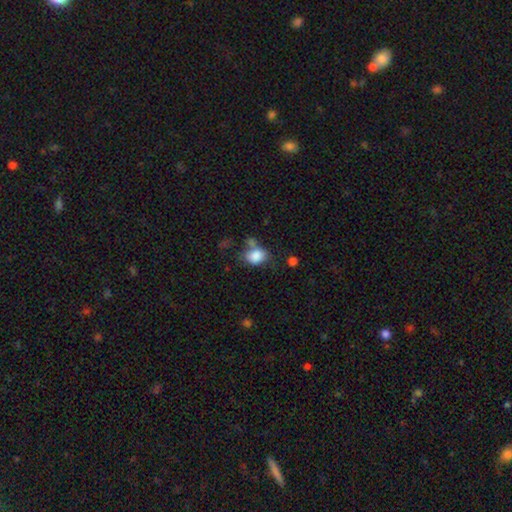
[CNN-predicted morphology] type=smooth (83%); roundness=in between (65%); merging=none (44%).